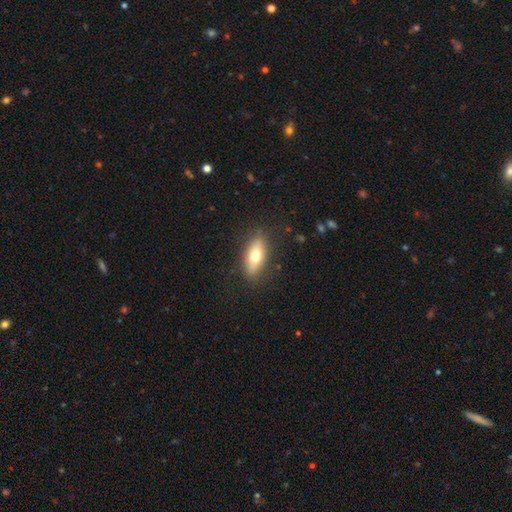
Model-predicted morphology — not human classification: The model was most divided on "smooth or featured": smooth: 66%, featured or disk: 27%, star or artifact: 7%. More confident: merging — none (85%); how rounded — in between (76%).